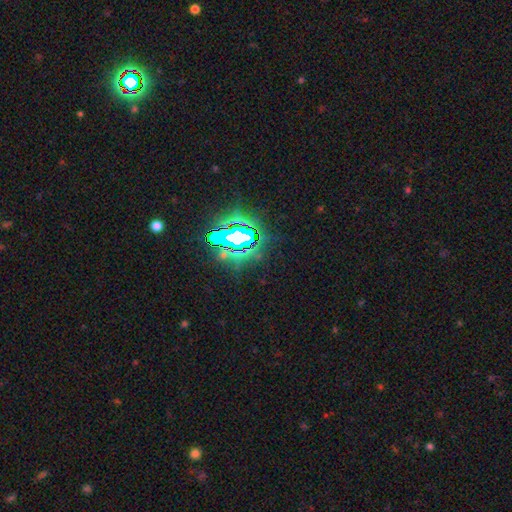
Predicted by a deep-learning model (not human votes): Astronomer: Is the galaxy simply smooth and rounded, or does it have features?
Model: star or artifact — 83%.